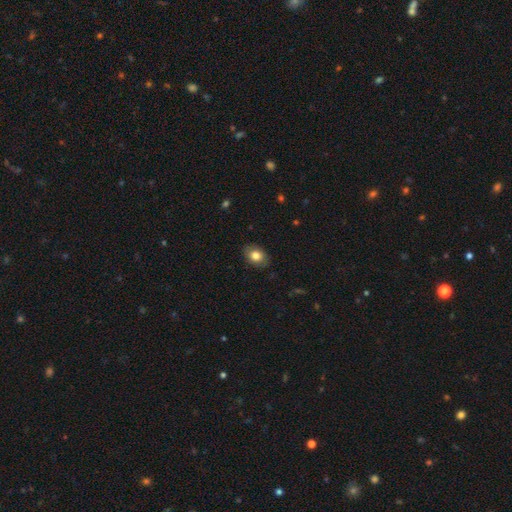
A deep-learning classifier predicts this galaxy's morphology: type=smooth (80%); roundness=in between (74%); merging=none (85%).